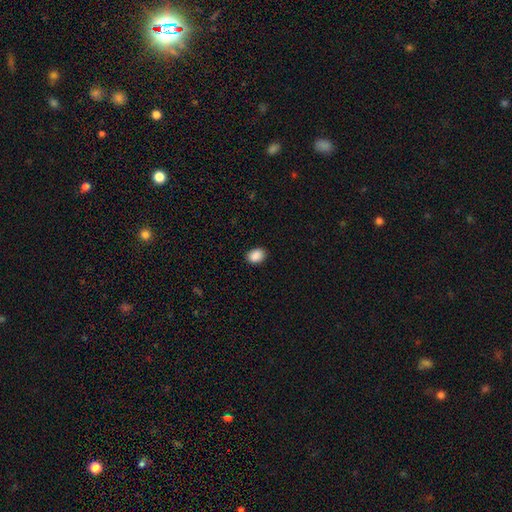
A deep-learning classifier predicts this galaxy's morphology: Smooth or featured? smooth (90%)
How rounded? in between (73%)
Merging? none (89%)